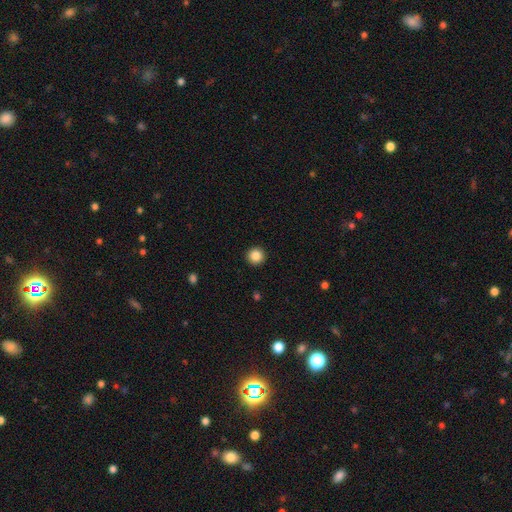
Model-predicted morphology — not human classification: A smooth galaxy with no disk features (86%) that is round (96%). Merging: none (94%).